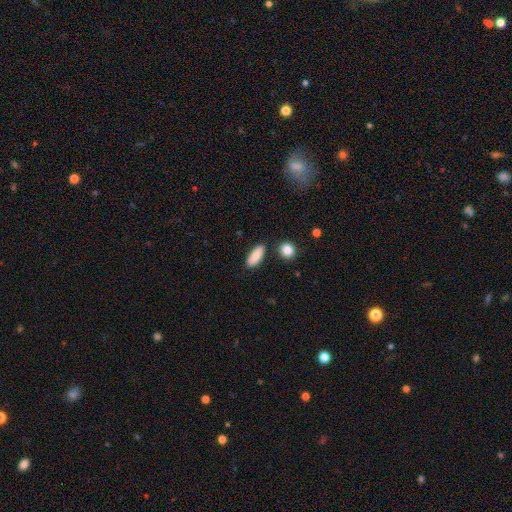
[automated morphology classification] Smooth or featured?
  - smooth: 84% *
  - featured or disk: 9%
  - star or artifact: 7%
How rounded?
  - in between: 78% *
  - cigar-shaped: 19%
  - round: 3%
Merging?
  - none: 80% *
  - minor disturbance: 12%
  - merger: 5%
  - major disturbance: 3%